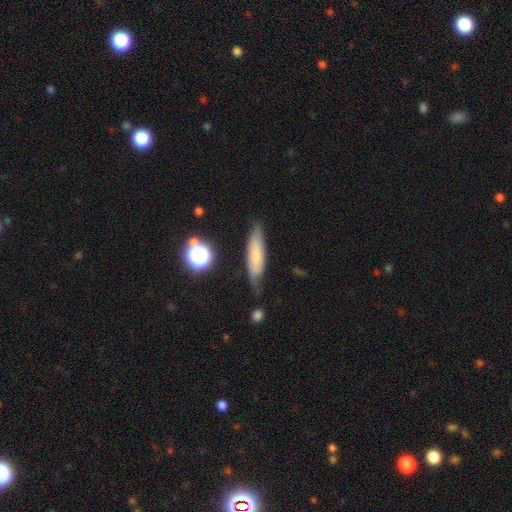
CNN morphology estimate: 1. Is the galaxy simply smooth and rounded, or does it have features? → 61% smooth, 29% featured or disk, 10% star or artifact.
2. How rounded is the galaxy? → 64% cigar-shaped, 33% in between, 3% round.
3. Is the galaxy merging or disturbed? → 63% none, 26% minor disturbance, 8% major disturbance, 3% merger.